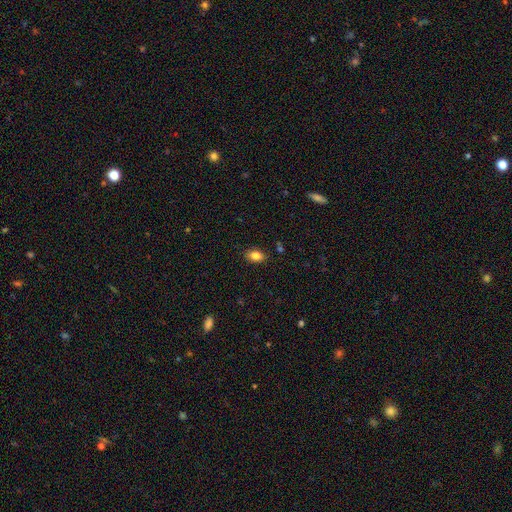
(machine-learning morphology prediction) The model was most divided on "how rounded": in between: 85%, round: 13%, cigar-shaped: 2%. More confident: merging — none (86%); smooth or featured — smooth (85%).